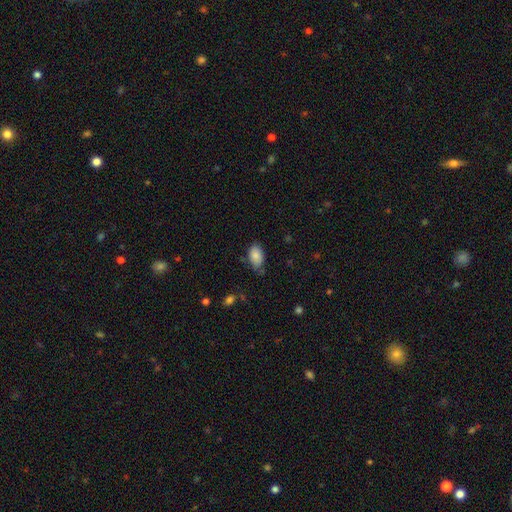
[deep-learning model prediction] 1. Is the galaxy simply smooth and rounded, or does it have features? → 86% smooth, 7% star or artifact, 6% featured or disk.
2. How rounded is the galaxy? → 92% in between, 6% round, 2% cigar-shaped.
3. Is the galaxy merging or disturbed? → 65% none, 27% minor disturbance, 6% major disturbance, 3% merger.